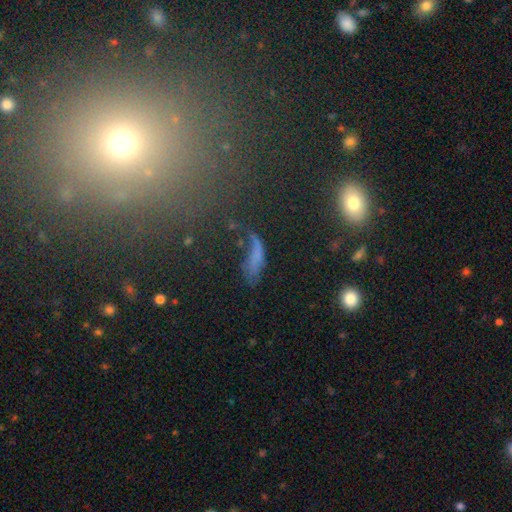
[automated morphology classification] Overall: smooth (48%; featured or disk 32%). Merging: none (35%; major disturbance 33%).